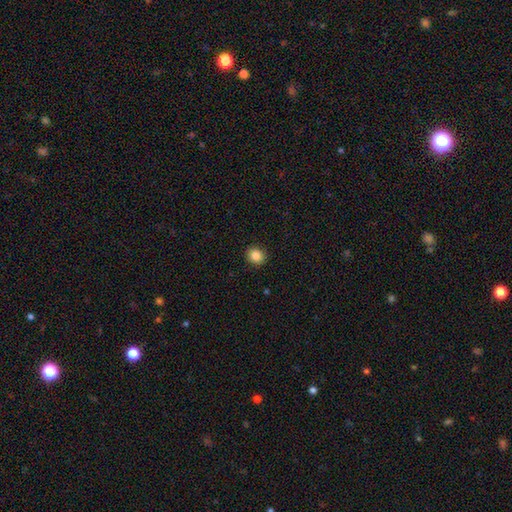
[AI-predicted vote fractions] Smooth or featured? Predicted: smooth (p=0.85). How rounded? Predicted: round (p=0.77). Merging? Predicted: none (p=0.91).